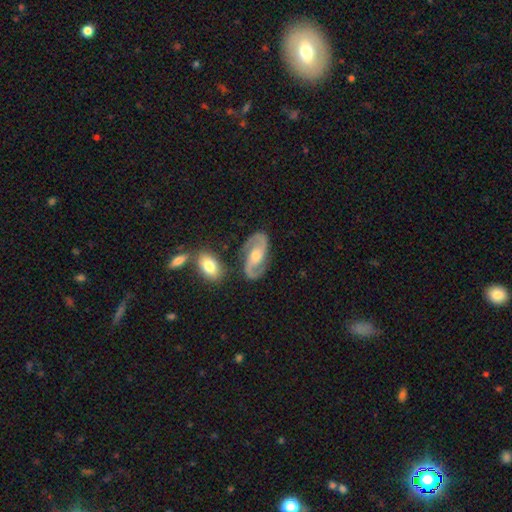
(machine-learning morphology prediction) featured or disk 88%, smooth 8%, star or artifact 5%. Down the decision tree: edge-on disk — no (96%); bar — no (44%); spiral arms — yes (97%); spiral arm count — 2 (93%); spiral winding — medium (56%); bulge size — moderate (65%); merging — none (78%).